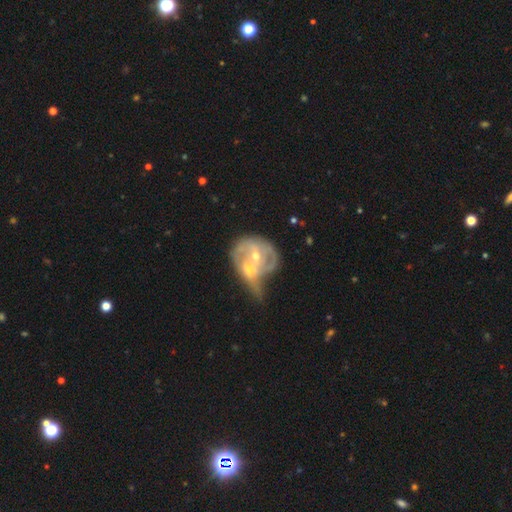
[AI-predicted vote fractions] smooth-or-featured: featured or disk: 67% | smooth: 27% | star or artifact: 7%
  disk-edge-on: no: 96% | yes: 4%
    bar: no: 74% | weak: 20% | strong: 6%
    has-spiral-arms: yes: 51% | no: 49%
    bulge-size: moderate: 61% | small: 32% | large: 3% | none: 2% | dominant: 1%
  merging: merger: 71% | none: 12% | major disturbance: 9% | minor disturbance: 8%